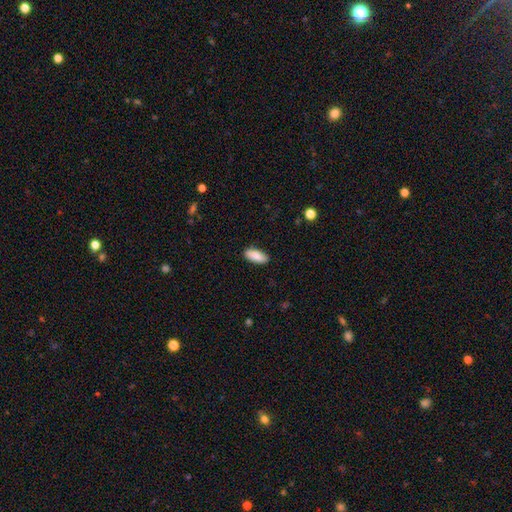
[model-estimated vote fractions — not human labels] This appears to be a smooth galaxy with no disk features (87%) that is in between round and cigar-shaped (86%). Merging: none (88%).